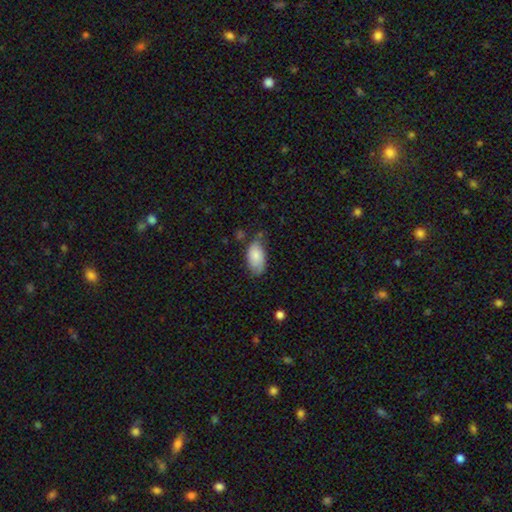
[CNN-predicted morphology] smooth 74%, featured or disk 20%, star or artifact 7%. Down the decision tree: how rounded — in between (93%); merging — none (55%).